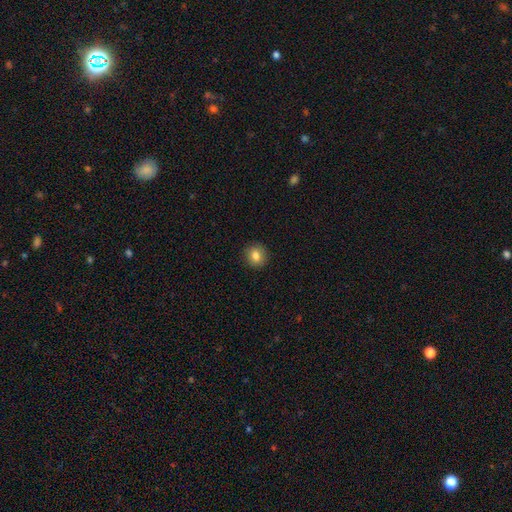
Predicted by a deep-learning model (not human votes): Q: Smooth or featured?
A: smooth (83%); runner-up: star or artifact (10%)
Q: How rounded?
A: round (83%); runner-up: in between (16%)
Q: Merging?
A: none (90%); runner-up: minor disturbance (7%)